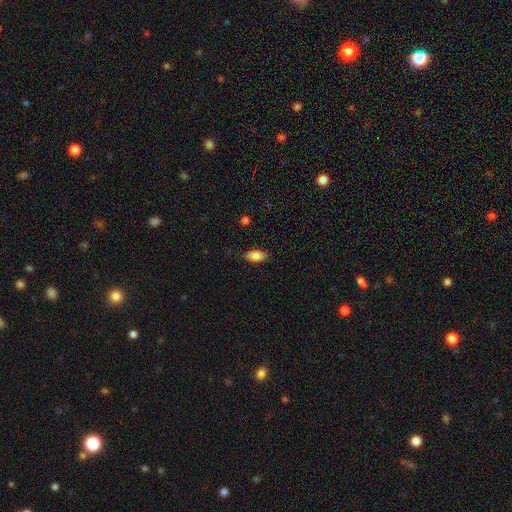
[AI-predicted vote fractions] smooth 86%, star or artifact 7%, featured or disk 7%. Down the decision tree: how rounded — in between (90%); merging — none (84%).